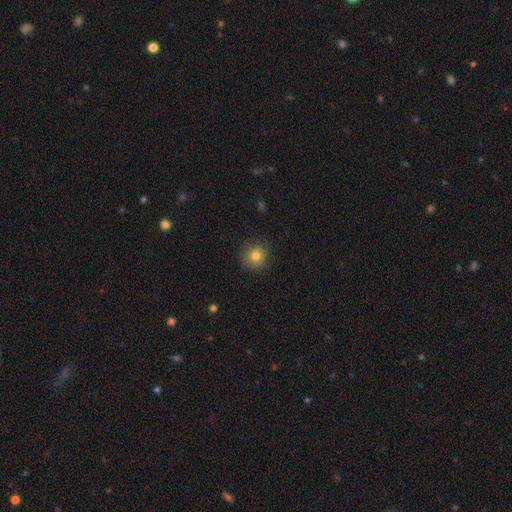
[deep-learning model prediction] This appears to be a smooth galaxy with no disk features (80%) that is round (92%). Merging: none (88%).